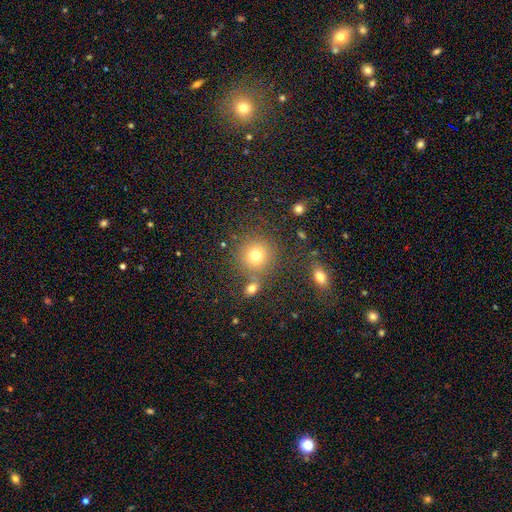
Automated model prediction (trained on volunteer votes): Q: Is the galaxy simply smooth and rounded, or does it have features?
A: smooth — 75%.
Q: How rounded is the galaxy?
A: round — 90%.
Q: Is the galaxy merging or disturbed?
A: none — 74%.